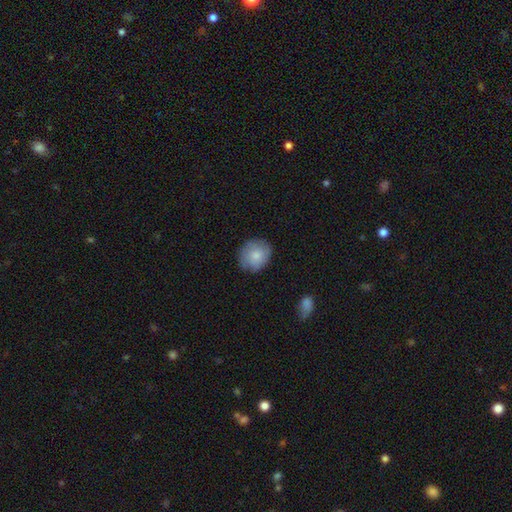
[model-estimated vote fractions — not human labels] smooth_or_featured: smooth (p=0.80) [alt: featured or disk p=0.14]
how_rounded: round (p=0.73) [alt: in between p=0.26]
merging: none (p=0.77) [alt: minor disturbance p=0.18]